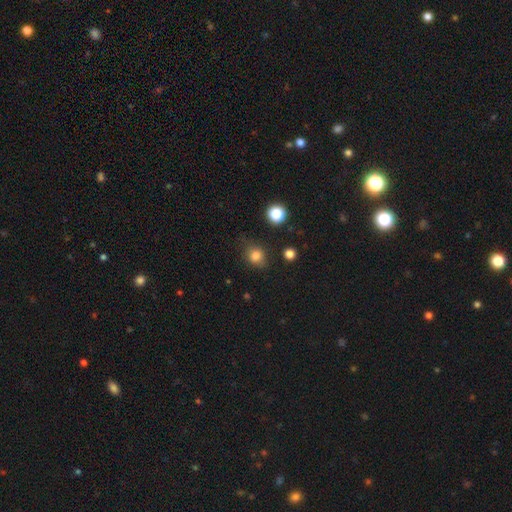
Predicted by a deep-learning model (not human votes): smooth-or-featured: smooth: 82% | star or artifact: 13% | featured or disk: 6%
  how-rounded: round: 70% | in between: 29% | cigar-shaped: 1%
  merging: none: 75% | minor disturbance: 18% | major disturbance: 5% | merger: 3%